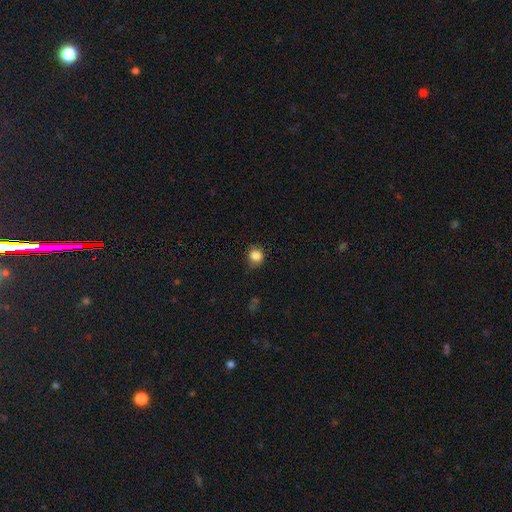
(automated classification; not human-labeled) Smooth or featured?
  - smooth: 84% *
  - star or artifact: 11%
  - featured or disk: 5%
How rounded?
  - round: 81% *
  - in between: 18%
  - cigar-shaped: 1%
Merging?
  - none: 74% *
  - minor disturbance: 20%
  - major disturbance: 5%
  - merger: 1%